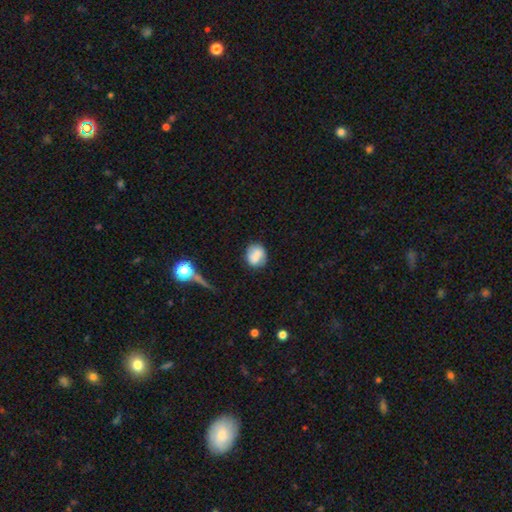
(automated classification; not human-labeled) Smooth or featured? Predicted: smooth (p=0.76). How rounded? Predicted: round (p=0.58). Merging? Predicted: none (p=0.74).